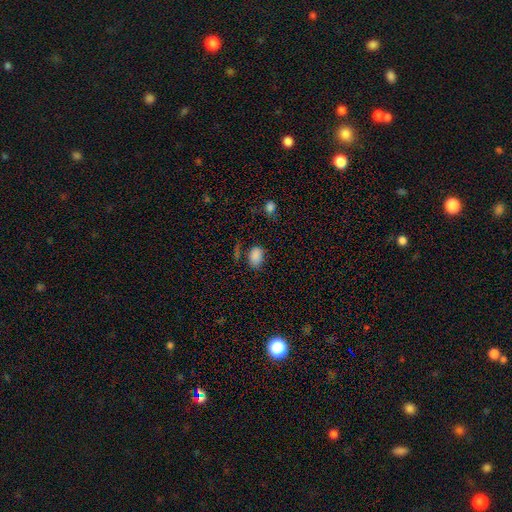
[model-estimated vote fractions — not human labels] smooth-or-featured: smooth: 84% | star or artifact: 12% | featured or disk: 5%
  how-rounded: in between: 81% | round: 17% | cigar-shaped: 1%
  merging: none: 69% | minor disturbance: 19% | major disturbance: 7% | merger: 5%